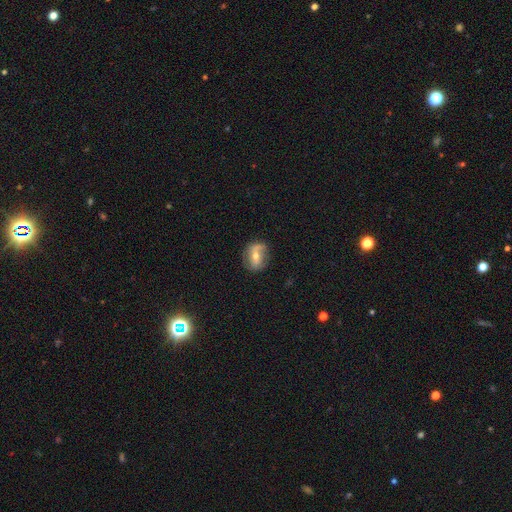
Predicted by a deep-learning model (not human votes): featured or disk 55%, smooth 36%, star or artifact 8%. Down the decision tree: edge-on disk — no (94%); bar — no (38%); spiral arms — yes (61%); bulge size — moderate (67%); merging — none (71%).